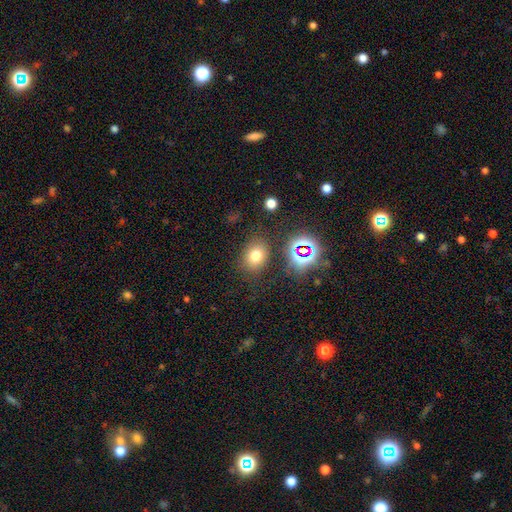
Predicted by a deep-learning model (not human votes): Overall: smooth (70%). How rounded: in between (52%; round 47%). Merging: none (79%).